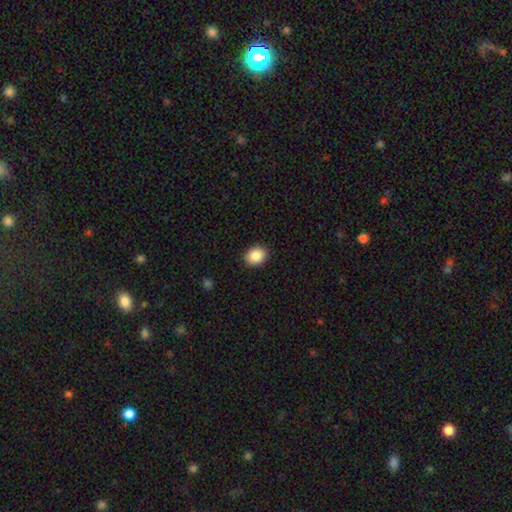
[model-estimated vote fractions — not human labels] This appears to be a smooth galaxy with no disk features (87%) that is in between round and cigar-shaped (51%). Merging: none (90%).